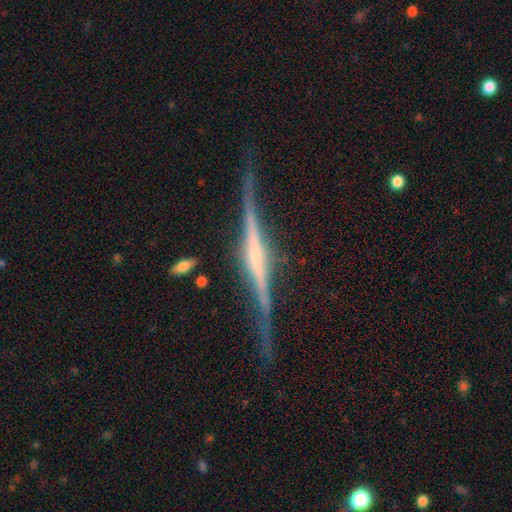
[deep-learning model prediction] Q: Smooth or featured?
A: featured or disk (87%); runner-up: smooth (7%)
Q: Edge-on disk?
A: yes (97%); runner-up: no (3%)
Q: Edge-on bulge?
A: rounded (52%); runner-up: boxy (28%)
Q: Merging?
A: none (78%); runner-up: minor disturbance (16%)